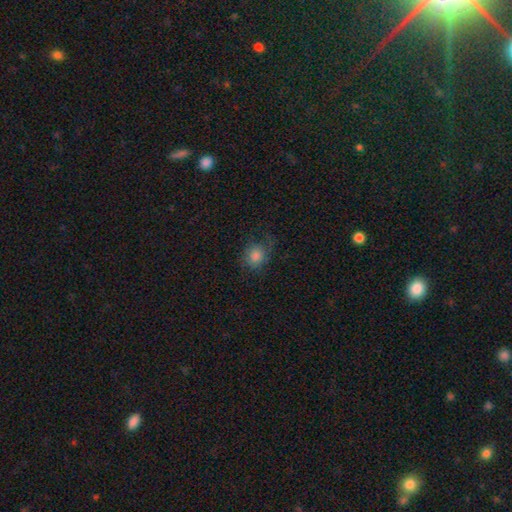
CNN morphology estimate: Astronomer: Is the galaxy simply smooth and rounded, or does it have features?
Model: smooth — 75%.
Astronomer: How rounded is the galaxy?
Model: round — 74%.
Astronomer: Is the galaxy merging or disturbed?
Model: none — 59%.